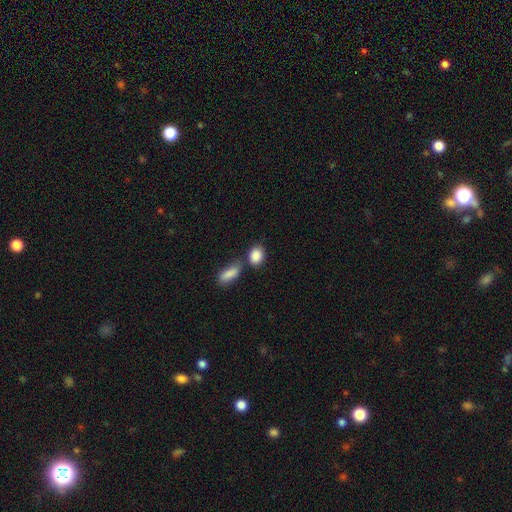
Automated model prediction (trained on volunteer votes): A smooth galaxy with no disk features (88%) that is in between round and cigar-shaped (67%).

Vote fractions:
- Smooth or featured? smooth: 88% / star or artifact: 7% / featured or disk: 5%
- How rounded? in between: 67% / round: 30% / cigar-shaped: 3%
- Merging? none: 57% / merger: 27% / minor disturbance: 12% / major disturbance: 4%